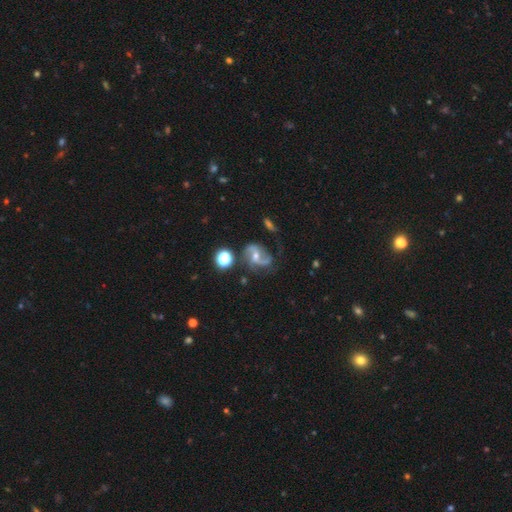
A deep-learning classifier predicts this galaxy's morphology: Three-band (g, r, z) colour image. It shows a featured or disk galaxy (84%) with a weak bar (39%), 2 (83%) loose (46%) spiral arms (96%) and a moderate central bulge (55%). Merging: none (64%).